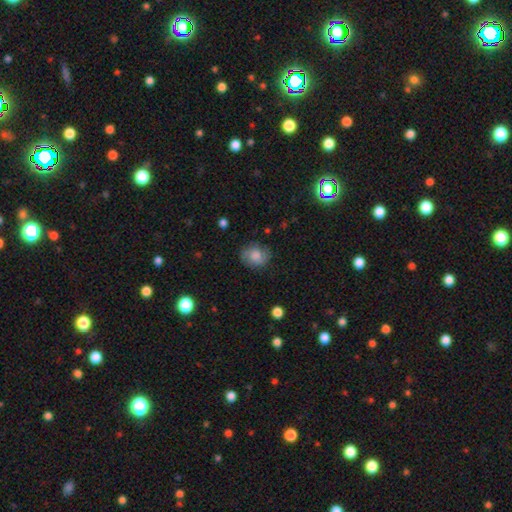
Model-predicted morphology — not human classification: Smooth or featured? smooth (69%)
How rounded? round (69%)
Merging? none (75%)